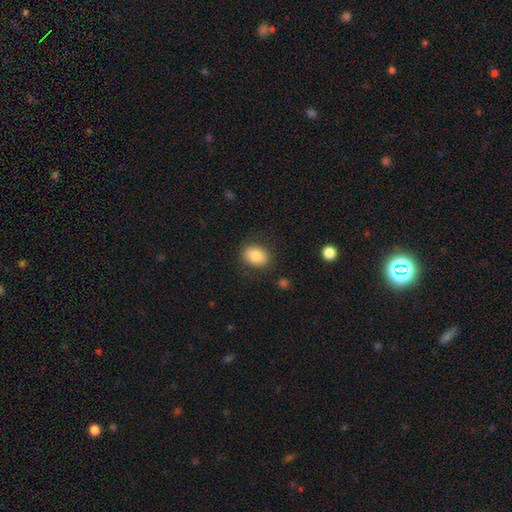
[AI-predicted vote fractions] A smooth galaxy with no disk features (83%) that is in between round and cigar-shaped (61%). Merging: none (84%).